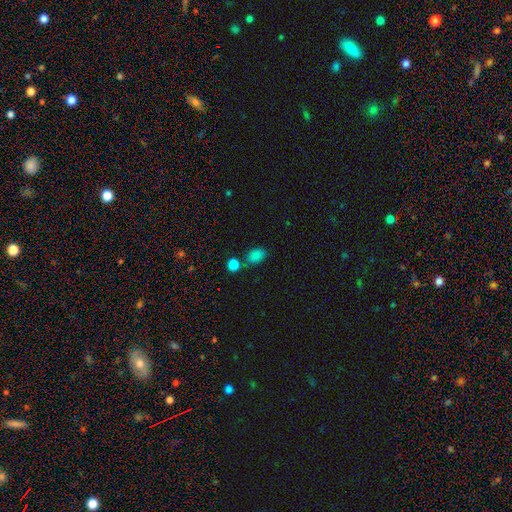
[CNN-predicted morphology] A smooth galaxy with no disk features (82%) that is in between round and cigar-shaped (80%). Merging: none (59%).